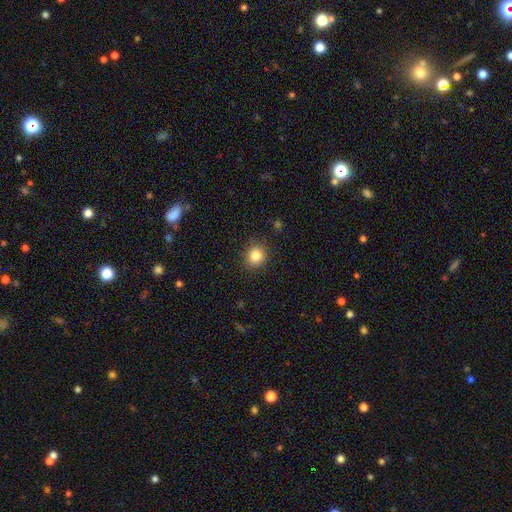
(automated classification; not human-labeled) The model was most divided on "how rounded": round: 86%, in between: 13%, cigar-shaped: 1%. More confident: merging — none (88%); smooth or featured — smooth (83%).